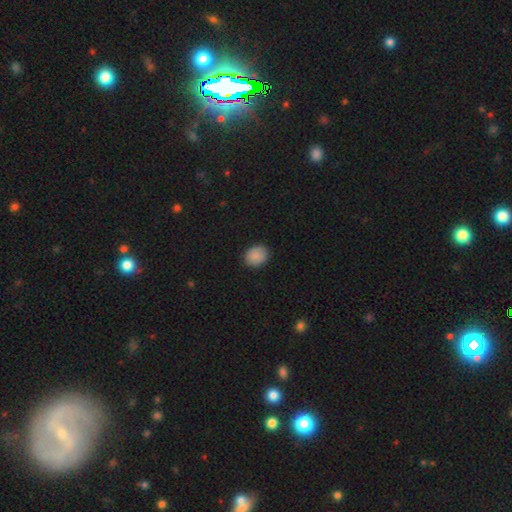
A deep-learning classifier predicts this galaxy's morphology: smooth_or_featured: smooth (p=0.88) [alt: star or artifact p=0.08]
how_rounded: round (p=0.53) [alt: in between p=0.46]
merging: none (p=0.87) [alt: minor disturbance p=0.10]